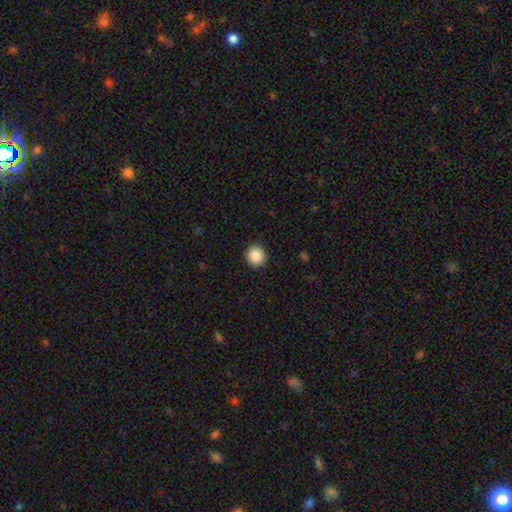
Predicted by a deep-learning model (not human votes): Morphology: type=smooth (88%); roundness=round (91%); merging=none (90%).